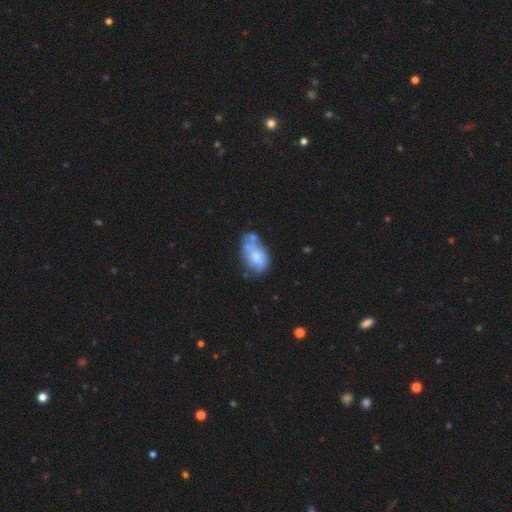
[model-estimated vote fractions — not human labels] smooth-or-featured: smooth: 58% | featured or disk: 34% | star or artifact: 8%
  how-rounded: in between: 90% | round: 8% | cigar-shaped: 2%
  merging: none: 32% | merger: 29% | minor disturbance: 25% | major disturbance: 13%